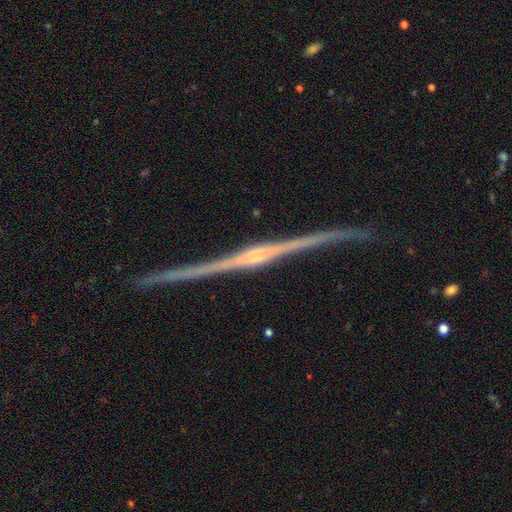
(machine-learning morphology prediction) Smooth or featured? featured or disk (91%)
Edge-on disk? yes (98%)
Edge-on bulge? rounded (73%)
Merging? none (87%)